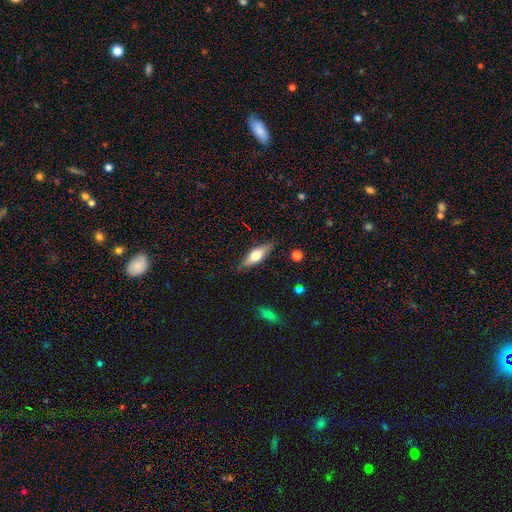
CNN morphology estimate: Smooth or featured?
  - smooth: 49% *
  - featured or disk: 44%
  - star or artifact: 6%
Merging?
  - none: 84% *
  - minor disturbance: 12%
  - major disturbance: 3%
  - merger: 1%